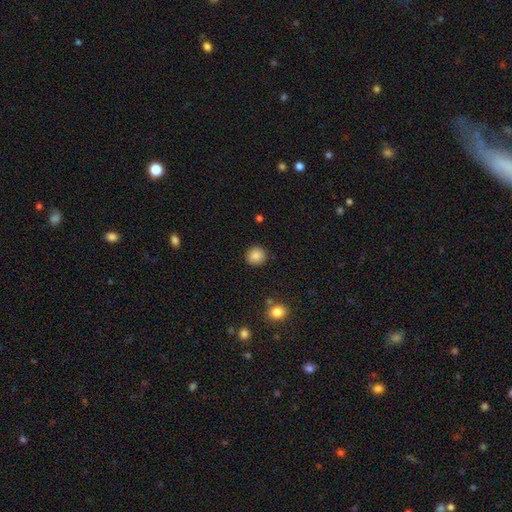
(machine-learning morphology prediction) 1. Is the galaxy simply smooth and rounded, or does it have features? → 87% smooth, 9% star or artifact, 4% featured or disk.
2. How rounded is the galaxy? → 90% round, 9% in between, 1% cigar-shaped.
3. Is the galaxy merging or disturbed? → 90% none, 7% minor disturbance, 2% major disturbance, 1% merger.